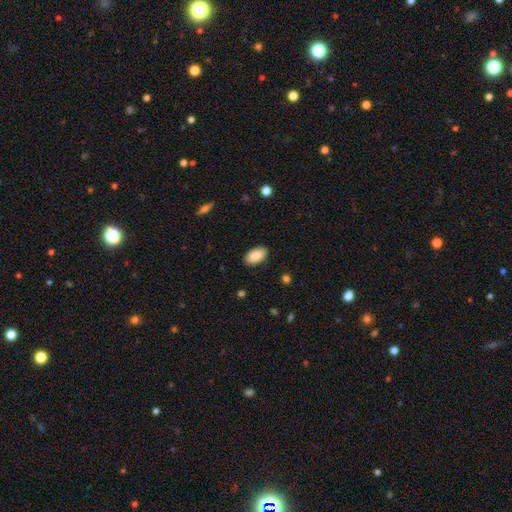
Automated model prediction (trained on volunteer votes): A smooth galaxy with no disk features (90%) that is in between round and cigar-shaped (95%). Merging: none (88%).